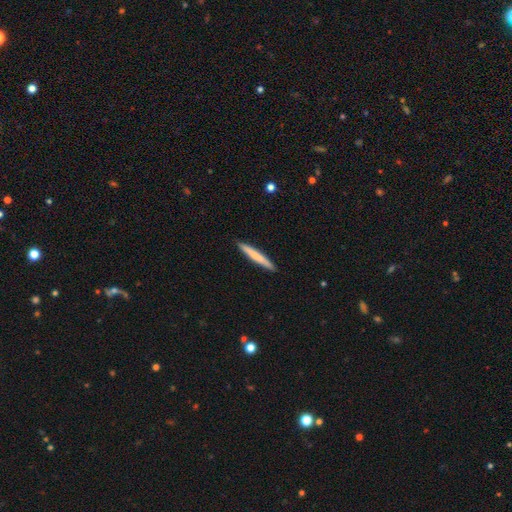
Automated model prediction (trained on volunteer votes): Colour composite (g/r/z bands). It shows a smooth galaxy with no disk features (65%) that is cigar-shaped (96%). Merging: none (92%).